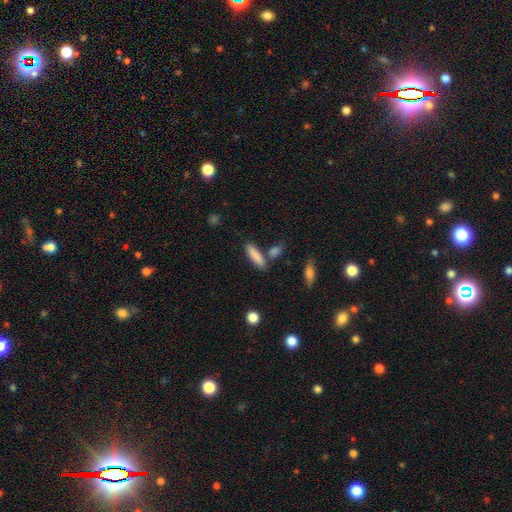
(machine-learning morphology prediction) Q: Smooth or featured?
A: smooth (84%); runner-up: featured or disk (9%)
Q: How rounded?
A: cigar-shaped (67%); runner-up: in between (31%)
Q: Merging?
A: none (74%); runner-up: merger (11%)